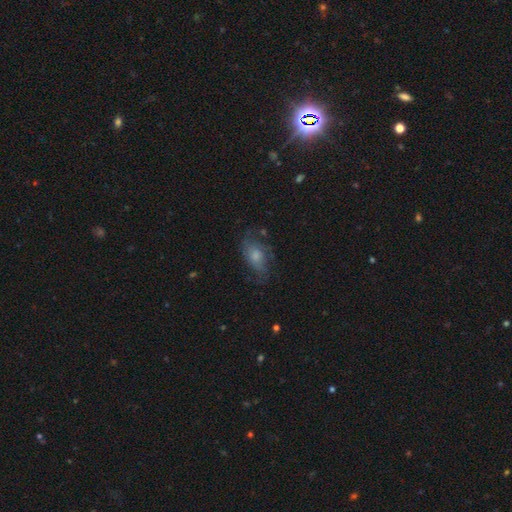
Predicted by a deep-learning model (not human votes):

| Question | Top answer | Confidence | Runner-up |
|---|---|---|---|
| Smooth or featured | smooth | 47% | featured or disk (43%) |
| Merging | none | 54% | minor disturbance (25%) |